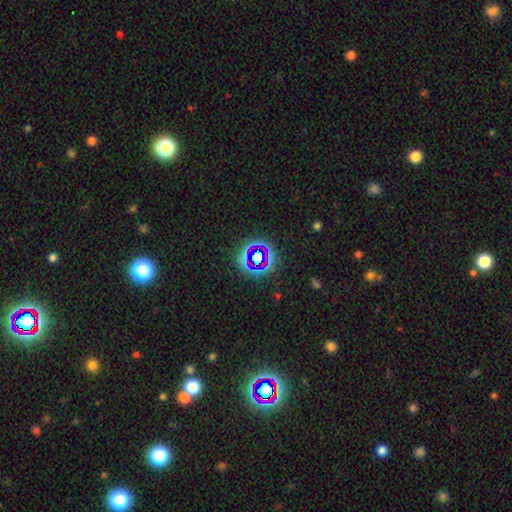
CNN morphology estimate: Smooth or featured?
  - star or artifact: 63% *
  - smooth: 25%
  - featured or disk: 13%